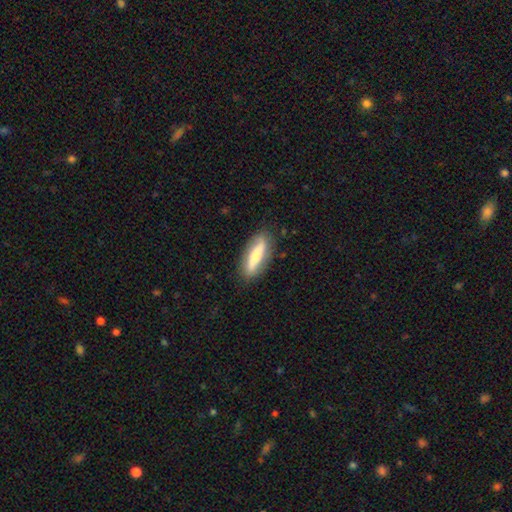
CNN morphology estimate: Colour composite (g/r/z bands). It shows a smooth galaxy with no disk features (55%) that is cigar-shaped (55%). Merging: none (84%).